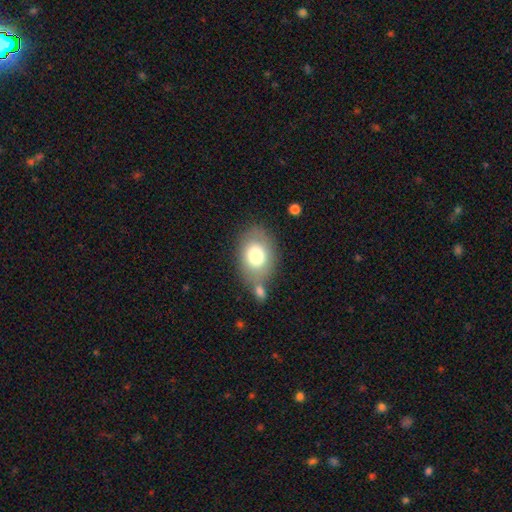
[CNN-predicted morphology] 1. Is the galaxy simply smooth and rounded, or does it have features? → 75% smooth, 17% featured or disk, 8% star or artifact.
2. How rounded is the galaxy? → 73% in between, 26% round, 1% cigar-shaped.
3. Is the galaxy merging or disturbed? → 59% none, 19% merger, 16% minor disturbance, 7% major disturbance.